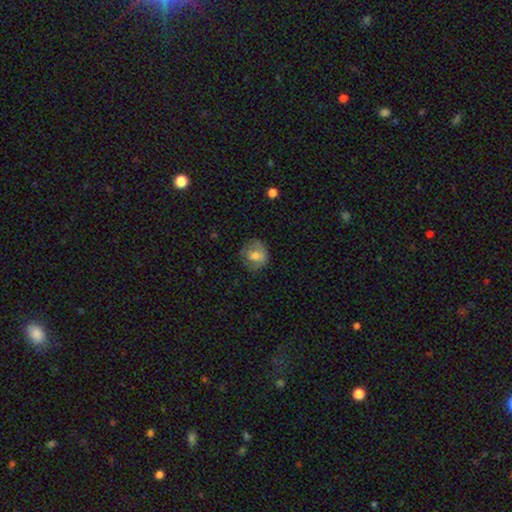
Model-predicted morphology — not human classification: A smooth galaxy with no disk features (65%) that is round (75%).

Vote fractions:
- Smooth or featured? smooth: 65% / featured or disk: 26% / star or artifact: 8%
- How rounded? round: 75% / in between: 24% / cigar-shaped: 1%
- Merging? none: 67% / minor disturbance: 22% / major disturbance: 10% / merger: 1%